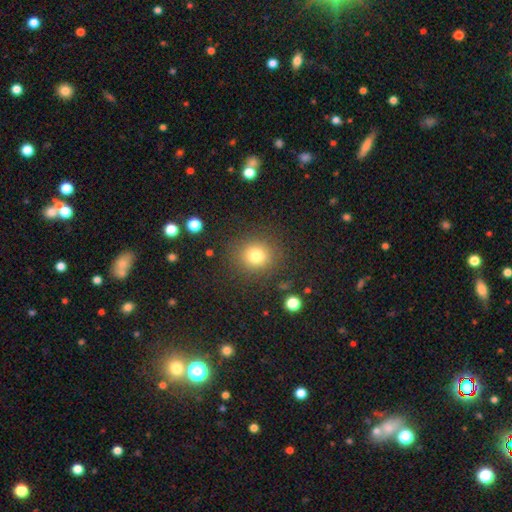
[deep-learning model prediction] The model was most divided on "smooth or featured": smooth: 78%, star or artifact: 14%, featured or disk: 8%. More confident: how rounded — round (86%); merging — none (86%).